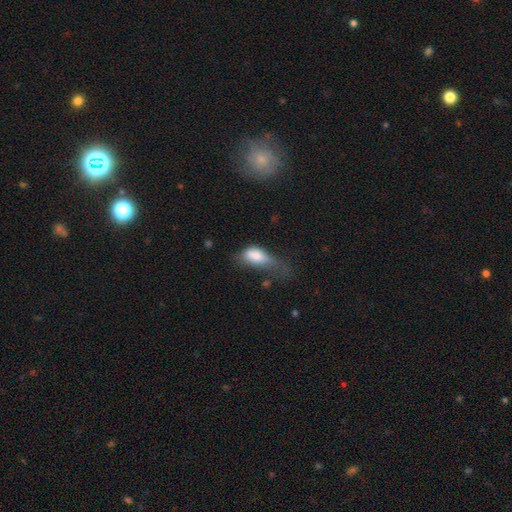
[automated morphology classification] smooth_or_featured: smooth (p=0.76) [alt: featured or disk p=0.15]
how_rounded: in between (p=0.86) [alt: cigar-shaped p=0.08]
merging: major disturbance (p=0.47) [alt: minor disturbance p=0.31]